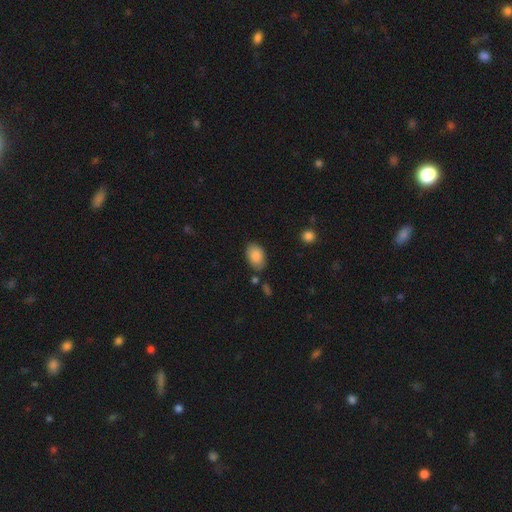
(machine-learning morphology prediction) type=smooth (89%); roundness=in between (88%); merging=none (79%).